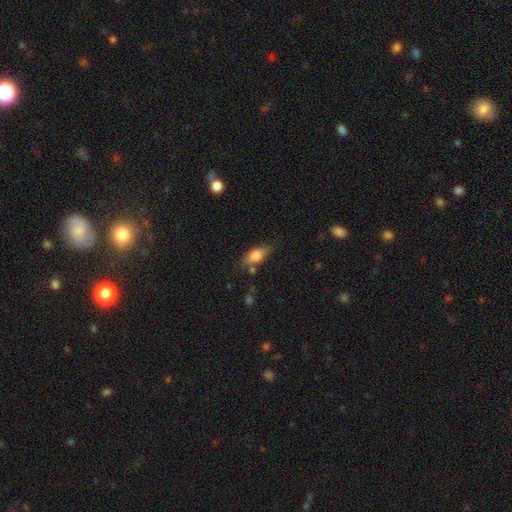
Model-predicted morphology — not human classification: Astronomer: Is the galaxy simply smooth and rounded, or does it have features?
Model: smooth — 69%.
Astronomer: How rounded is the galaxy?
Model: in between — 80%.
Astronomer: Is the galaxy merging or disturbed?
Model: none — 72%.